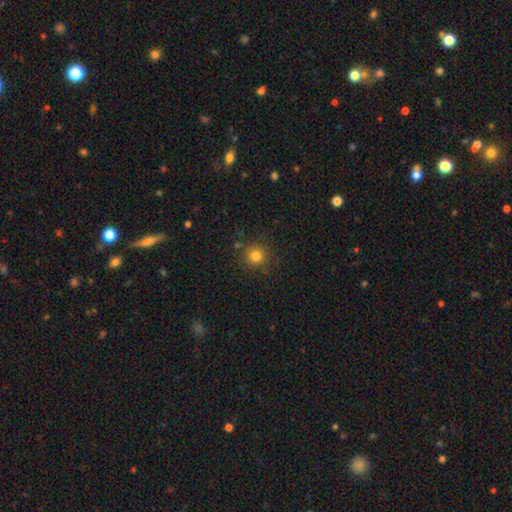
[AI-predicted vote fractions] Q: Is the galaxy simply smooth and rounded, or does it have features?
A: smooth — 81%.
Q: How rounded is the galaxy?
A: round — 94%.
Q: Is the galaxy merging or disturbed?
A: none — 86%.